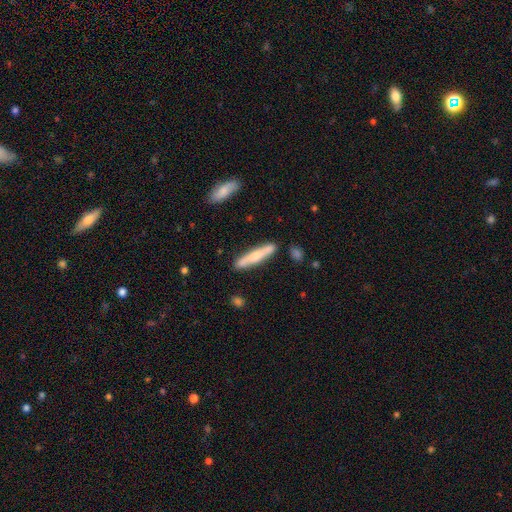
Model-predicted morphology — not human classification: A smooth galaxy with no disk features (55%) that is cigar-shaped (90%). Merging: none (84%).